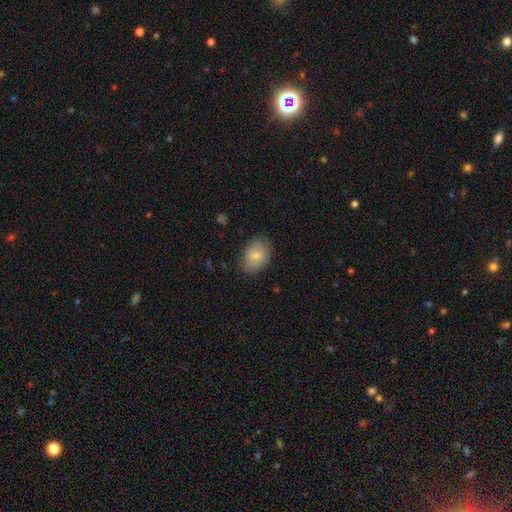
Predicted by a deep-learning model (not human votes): The model was most divided on "how rounded": in between: 76%, round: 23%, cigar-shaped: 1%. More confident: merging — none (80%); smooth or featured — smooth (79%).